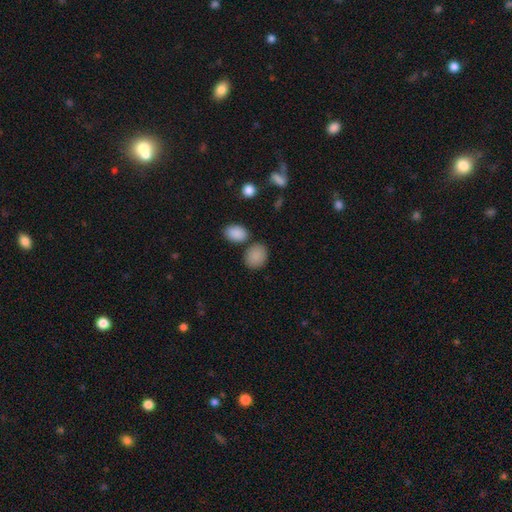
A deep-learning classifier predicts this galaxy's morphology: Overall: smooth (88%). How rounded: in between (63%; round 36%). Merging: none (72%).